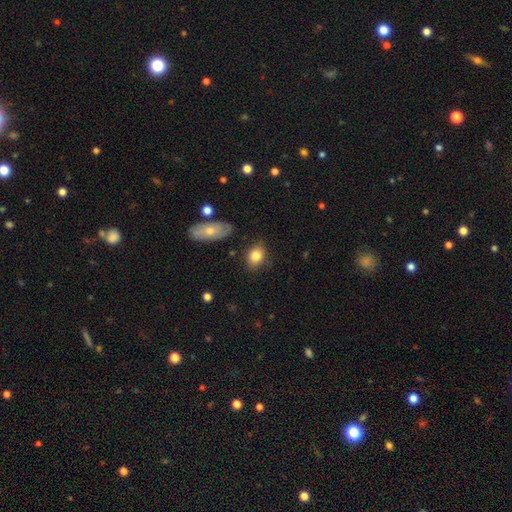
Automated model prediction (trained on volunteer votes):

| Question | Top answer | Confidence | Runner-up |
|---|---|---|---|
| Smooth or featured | smooth | 82% | featured or disk (10%) |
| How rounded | in between | 71% | round (27%) |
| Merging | none | 81% | minor disturbance (14%) |